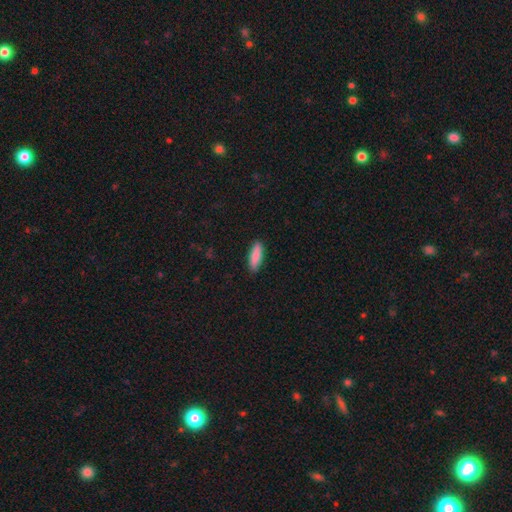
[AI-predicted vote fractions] Smooth or featured: smooth — 86% (featured or disk — 8%)
How rounded: cigar-shaped — 54% (in between — 45%)
Merging: none — 89% (minor disturbance — 8%)